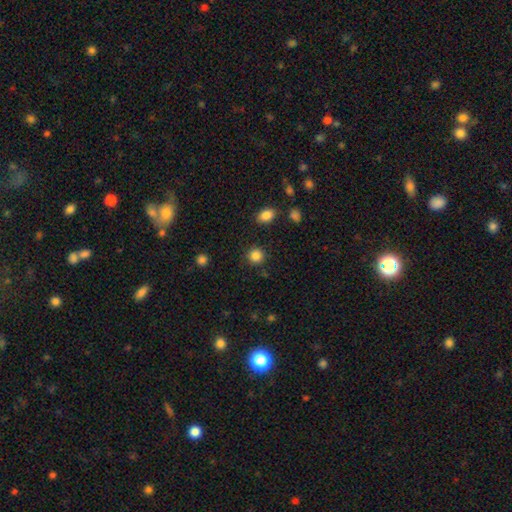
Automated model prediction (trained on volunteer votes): A smooth galaxy with no disk features (85%) that is round (91%).

Vote fractions:
- Smooth or featured? smooth: 85% / star or artifact: 11% / featured or disk: 4%
- How rounded? round: 91% / in between: 8% / cigar-shaped: 1%
- Merging? none: 89% / minor disturbance: 7% / major disturbance: 2% / merger: 2%